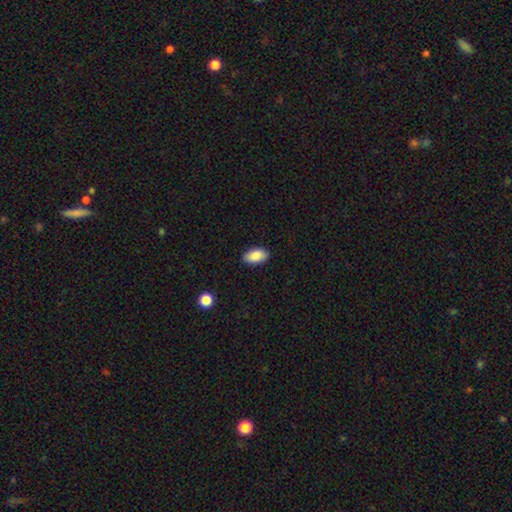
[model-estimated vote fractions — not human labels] This appears to be a smooth galaxy with no disk features (88%) that is in between round and cigar-shaped (94%). Merging: none (88%).